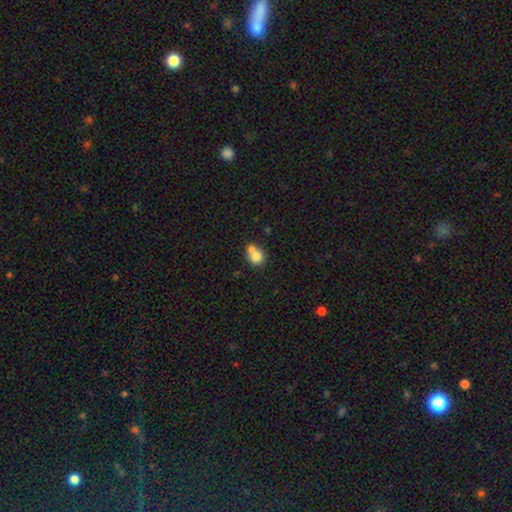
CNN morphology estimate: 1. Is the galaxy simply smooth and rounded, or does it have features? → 76% smooth, 14% featured or disk, 10% star or artifact.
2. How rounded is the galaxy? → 75% round, 24% in between, 1% cigar-shaped.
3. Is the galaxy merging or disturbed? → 52% merger, 35% none, 9% minor disturbance, 3% major disturbance.